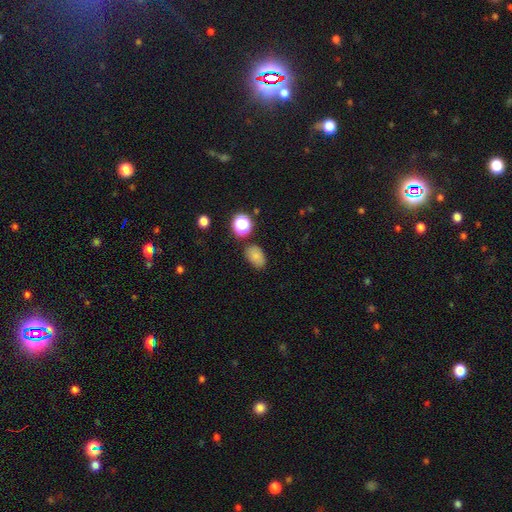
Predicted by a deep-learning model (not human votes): Overall: smooth (77%). How rounded: in between (83%). Merging: none (76%).